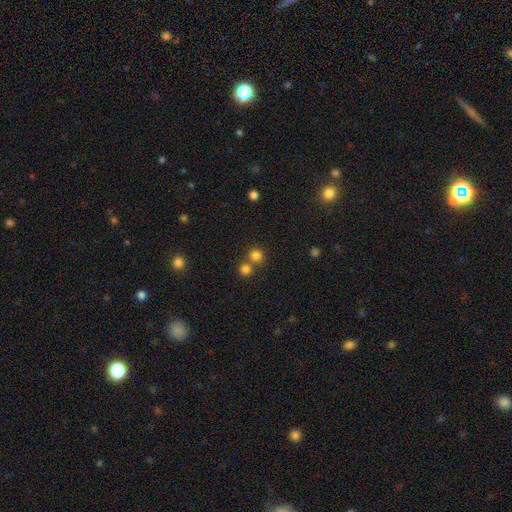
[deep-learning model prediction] smooth_or_featured: smooth (p=0.79) [alt: star or artifact p=0.16]
how_rounded: round (p=0.91) [alt: in between p=0.08]
merging: none (p=0.65) [alt: merger p=0.27]